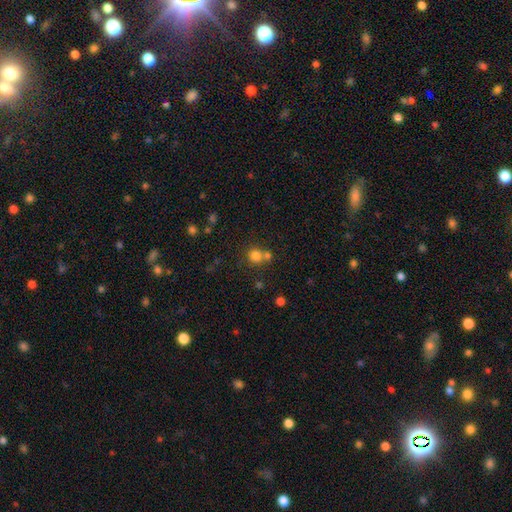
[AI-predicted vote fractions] smooth-or-featured: smooth: 78% | star or artifact: 15% | featured or disk: 8%
  how-rounded: round: 89% | in between: 10% | cigar-shaped: 1%
  merging: none: 55% | merger: 34% | minor disturbance: 7% | major disturbance: 3%